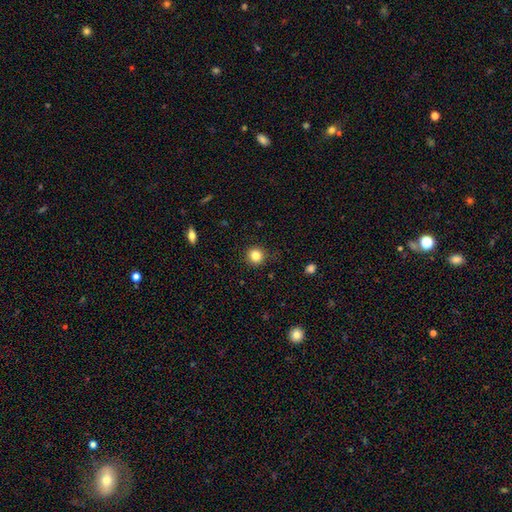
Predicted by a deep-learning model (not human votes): Overall: smooth (83%). How rounded: round (91%). Merging: none (88%).